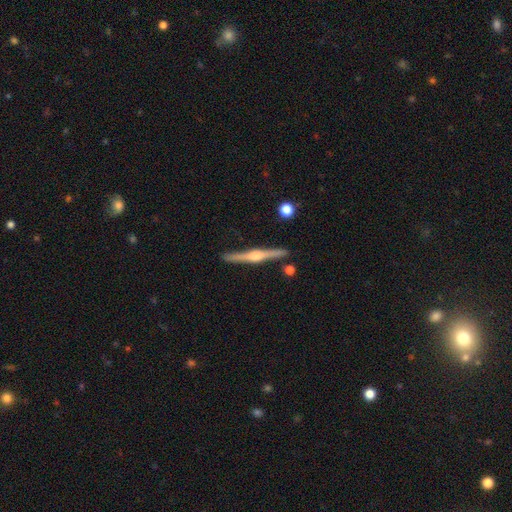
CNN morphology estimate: A featured or disk galaxy (82%) viewed edge-on (98%) with a rounded central bulge (89%).

Vote fractions:
- Smooth or featured? featured or disk: 82% / smooth: 13% / star or artifact: 5%
- Edge-on disk? yes: 98% / no: 2%
- Edge-on bulge? rounded: 89% / boxy: 8% / none: 3%
- Merging? none: 90% / minor disturbance: 7% / merger: 2% / major disturbance: 1%